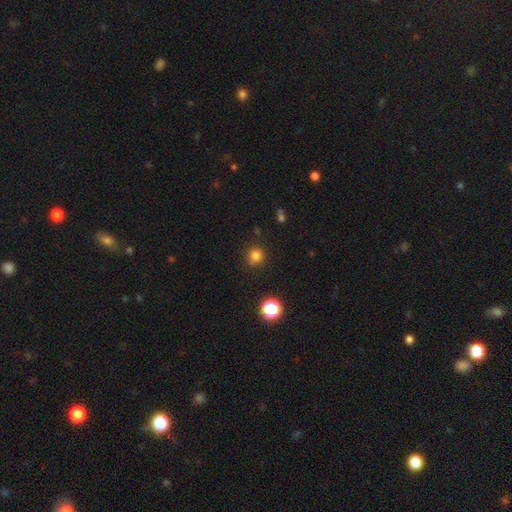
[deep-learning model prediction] This is likely a smooth galaxy (80%). How rounded: clearly round (89%). Merging: clearly none (83%).